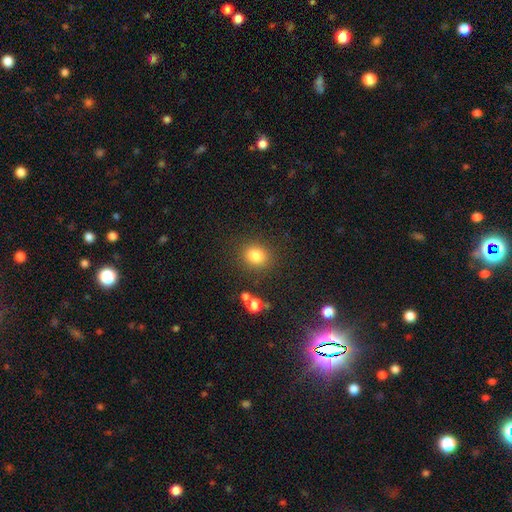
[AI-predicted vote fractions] Morphology: type=smooth (82%); roundness=round (74%); merging=none (84%).